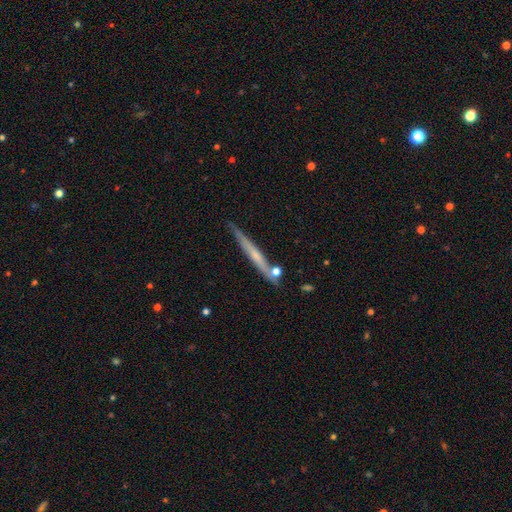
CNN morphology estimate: type=featured or disk (55%); edge-on=yes (95%); edge-on bulge=none (62%); merging=none (75%).